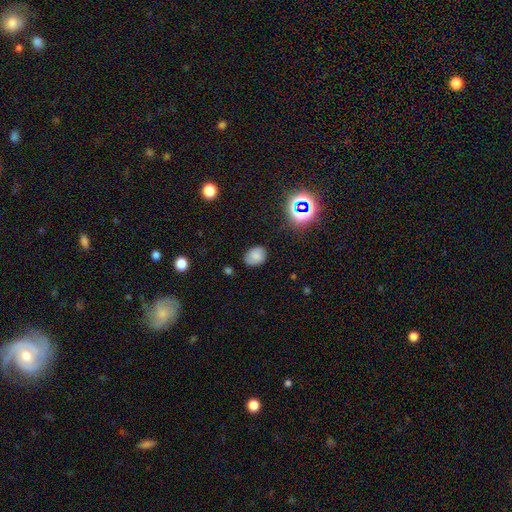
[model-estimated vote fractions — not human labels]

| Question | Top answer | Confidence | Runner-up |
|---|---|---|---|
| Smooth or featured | smooth | 77% | star or artifact (14%) |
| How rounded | in between | 61% | round (38%) |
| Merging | none | 78% | minor disturbance (17%) |